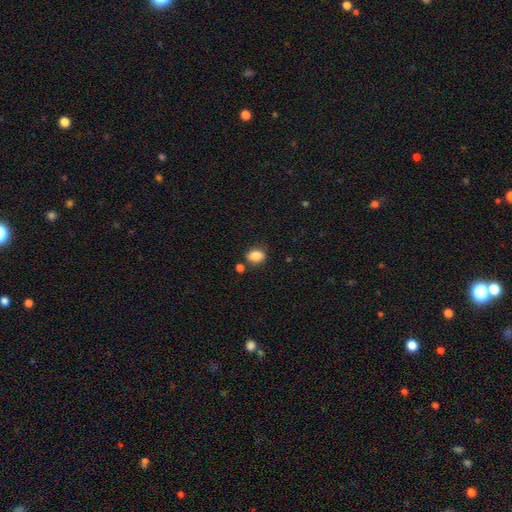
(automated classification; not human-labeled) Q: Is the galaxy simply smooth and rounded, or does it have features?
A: smooth — 85%.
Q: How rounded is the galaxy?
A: in between — 66%.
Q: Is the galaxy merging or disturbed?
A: none — 75%.